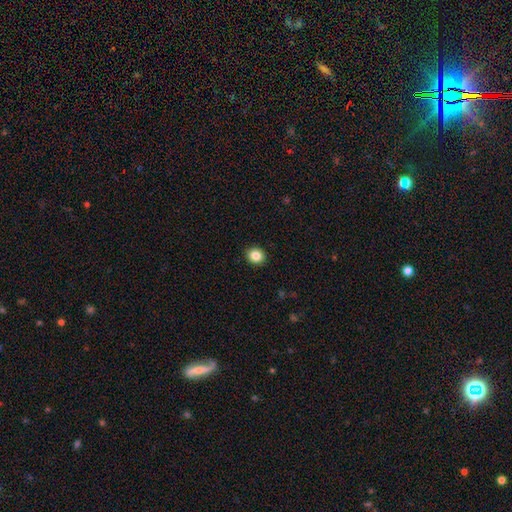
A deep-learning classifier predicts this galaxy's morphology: This appears to be a smooth galaxy with no disk features (85%) that is round (79%). Merging: none (92%).